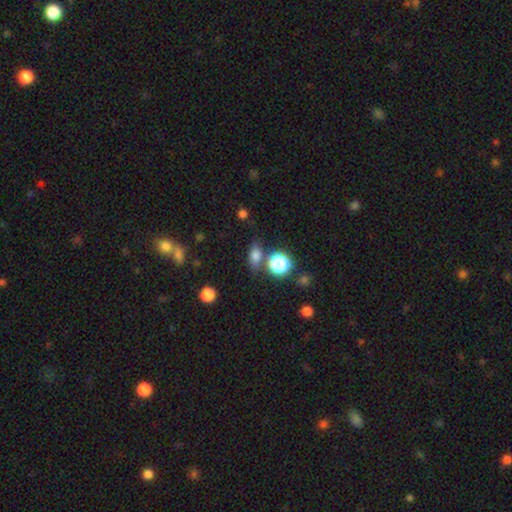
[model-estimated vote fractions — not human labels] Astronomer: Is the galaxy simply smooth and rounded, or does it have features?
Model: smooth — 72%.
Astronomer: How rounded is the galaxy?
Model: in between — 65%.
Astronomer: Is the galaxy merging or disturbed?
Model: none — 73%.